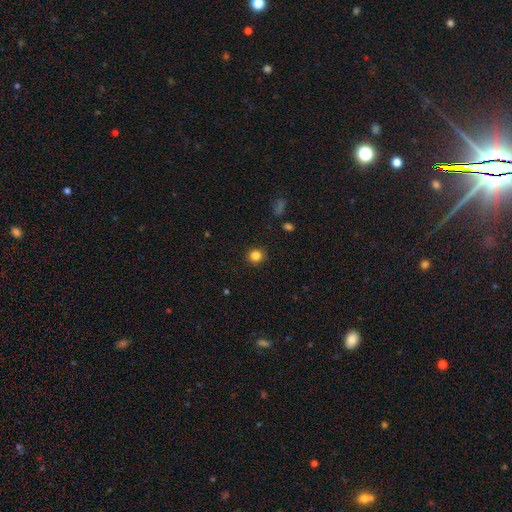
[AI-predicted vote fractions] Smooth or featured? smooth (84%)
How rounded? round (91%)
Merging? none (90%)